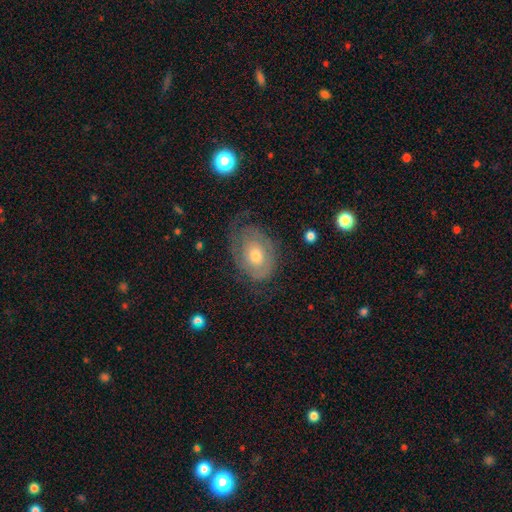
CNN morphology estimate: The model was most divided on "merging": none: 59%, minor disturbance: 24%, major disturbance: 16%, merger: 2%. More confident: edge-on disk — no (96%); bar — no (81%); spiral arms — yes (77%); smooth or featured — featured or disk (66%); bulge size — moderate (65%).